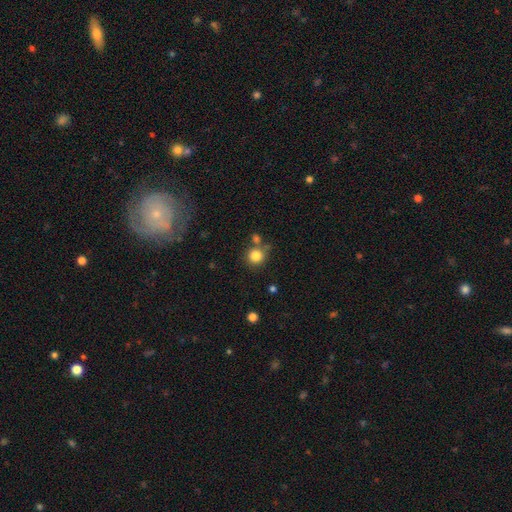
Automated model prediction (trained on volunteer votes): A smooth galaxy with no disk features (82%) that is round (92%). Merging: none (70%).